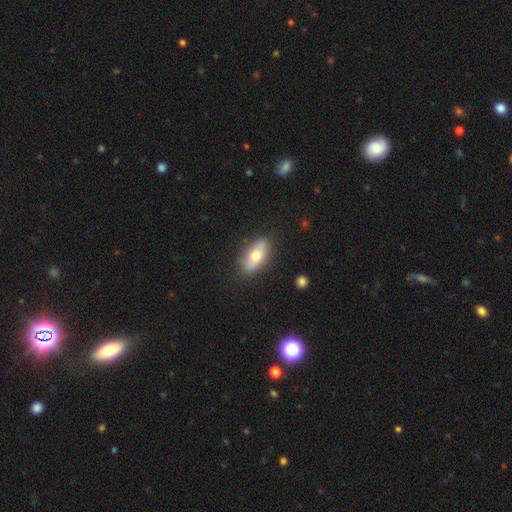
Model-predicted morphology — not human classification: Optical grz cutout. It shows a smooth galaxy with no disk features (65%) that is in between round and cigar-shaped (83%). Merging: none (86%).